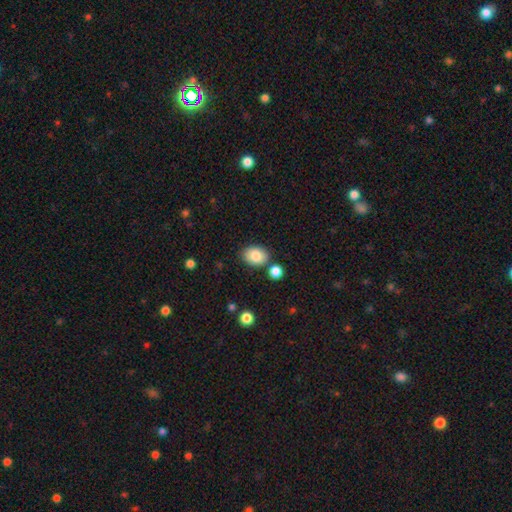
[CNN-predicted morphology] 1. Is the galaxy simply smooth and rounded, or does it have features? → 85% smooth, 8% star or artifact, 8% featured or disk.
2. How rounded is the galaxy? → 78% in between, 21% round, 1% cigar-shaped.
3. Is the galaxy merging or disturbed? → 78% none, 12% minor disturbance, 7% merger, 3% major disturbance.